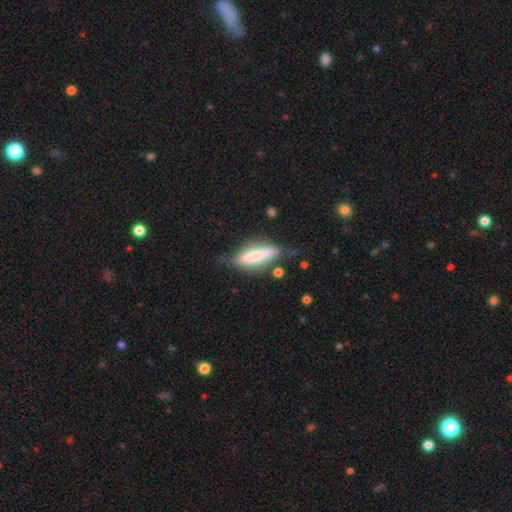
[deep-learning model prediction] This is possibly a smooth galaxy (50%). Merging: possibly none (51%).